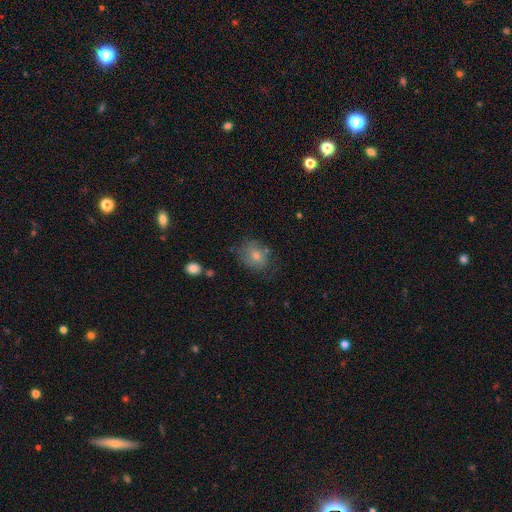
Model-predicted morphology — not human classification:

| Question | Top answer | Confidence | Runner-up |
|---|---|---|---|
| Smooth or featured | smooth | 59% | featured or disk (25%) |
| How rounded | round | 50% | in between (48%) |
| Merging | none | 71% | minor disturbance (20%) |